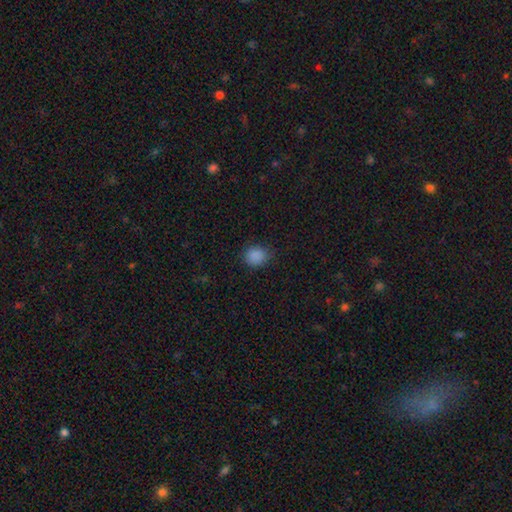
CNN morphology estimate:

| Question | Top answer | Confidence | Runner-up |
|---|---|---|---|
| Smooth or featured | smooth | 86% | star or artifact (11%) |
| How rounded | round | 70% | in between (29%) |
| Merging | none | 81% | minor disturbance (15%) |